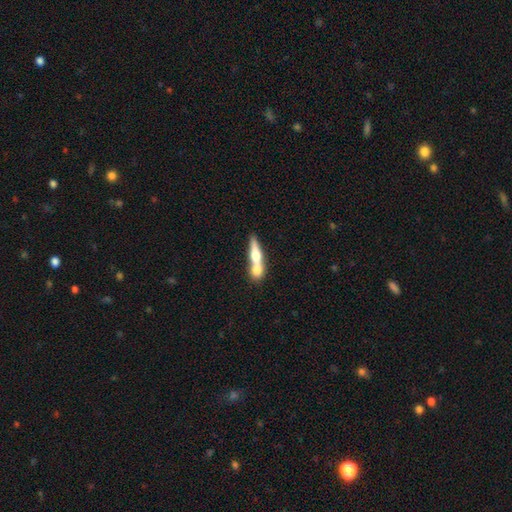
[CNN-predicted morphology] smooth 47% (tied), featured or disk 47% (tied), star or artifact 6%. Down the decision tree: merging — merger (47%).